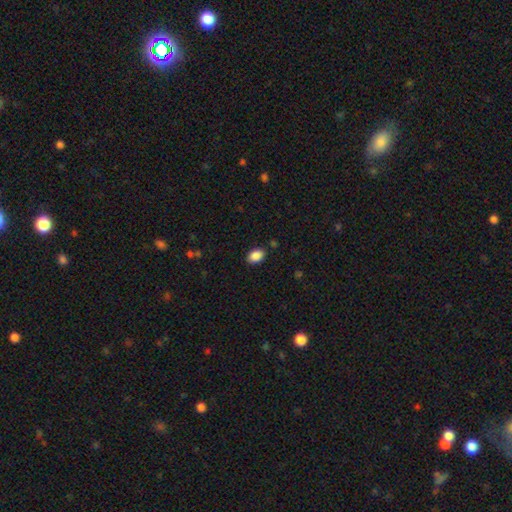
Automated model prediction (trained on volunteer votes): Smooth or featured? Predicted: smooth (p=0.89). How rounded? Predicted: in between (p=0.87). Merging? Predicted: none (p=0.87).